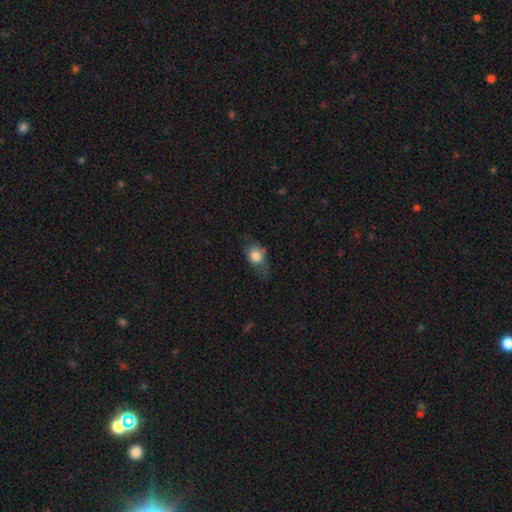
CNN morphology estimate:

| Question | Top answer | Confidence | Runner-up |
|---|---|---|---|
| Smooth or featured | smooth | 77% | featured or disk (14%) |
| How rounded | in between | 64% | round (33%) |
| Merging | none | 46% | minor disturbance (34%) |